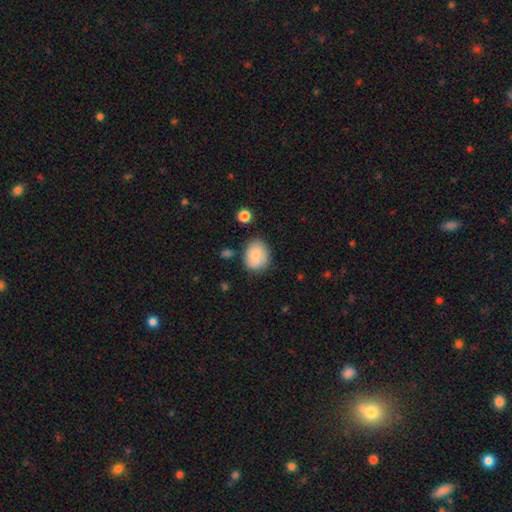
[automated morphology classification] smooth_or_featured: smooth (p=0.79) [alt: featured or disk p=0.14]
how_rounded: in between (p=0.53) [alt: round p=0.46]
merging: none (p=0.72) [alt: minor disturbance p=0.20]